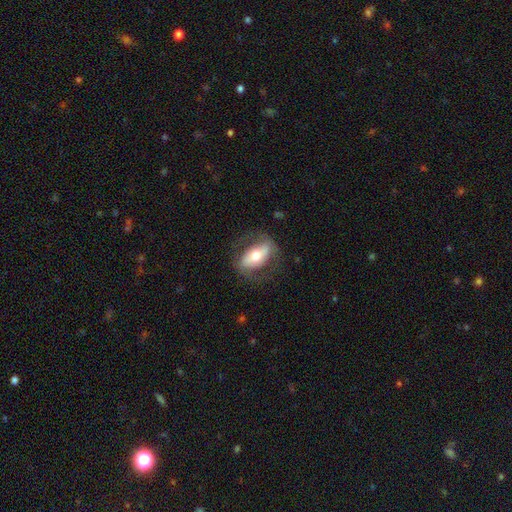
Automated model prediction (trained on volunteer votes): Smooth or featured? featured or disk (52%)
Edge-on disk? no (84%)
Merging? none (71%)